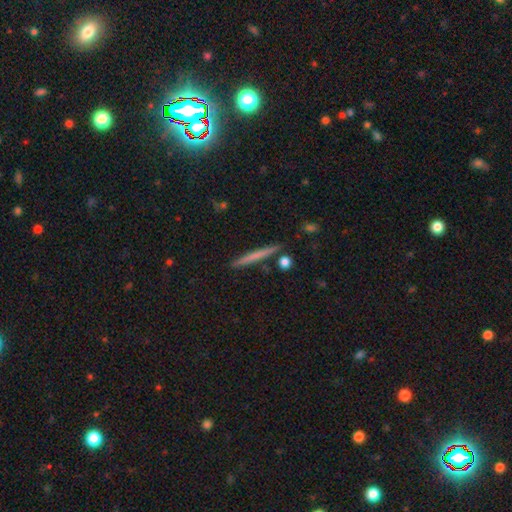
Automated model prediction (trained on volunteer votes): Q: Smooth or featured?
A: smooth (58%); runner-up: featured or disk (35%)
Q: How rounded?
A: cigar-shaped (96%); runner-up: in between (2%)
Q: Merging?
A: none (89%); runner-up: minor disturbance (6%)